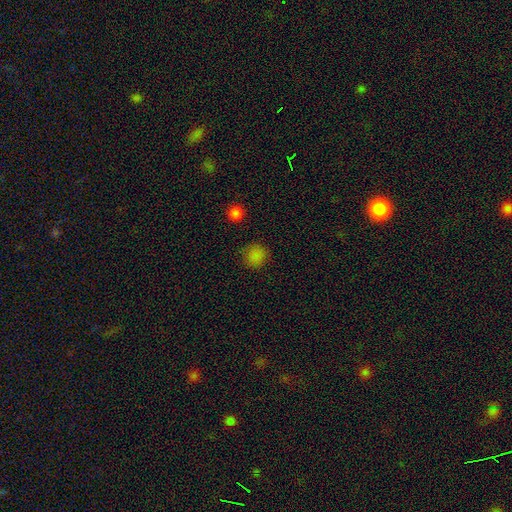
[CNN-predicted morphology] Smooth or featured?
  - smooth: 82% *
  - star or artifact: 15%
  - featured or disk: 3%
How rounded?
  - round: 91% *
  - in between: 8%
  - cigar-shaped: 1%
Merging?
  - none: 86% *
  - minor disturbance: 9%
  - major disturbance: 3%
  - merger: 2%